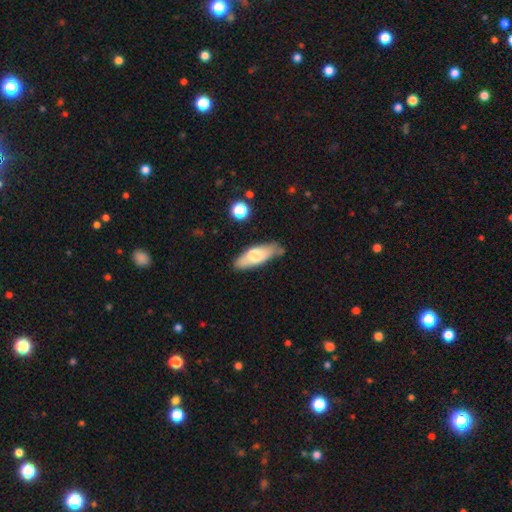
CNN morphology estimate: This is likely a smooth galaxy (64%). How rounded: likely in between (61%). Merging: likely none (69%).